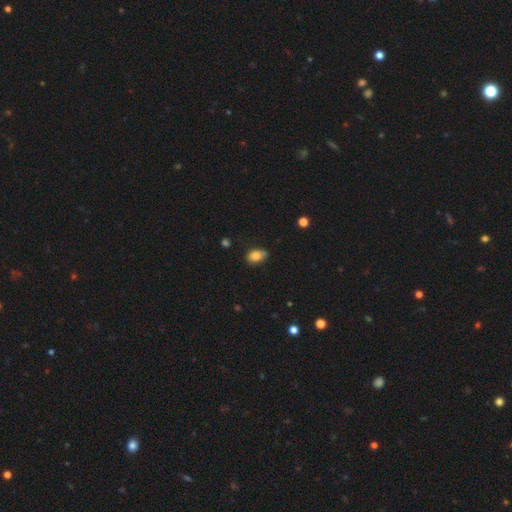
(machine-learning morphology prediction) Smooth or featured? smooth (81%)
How rounded? in between (83%)
Merging? none (55%)